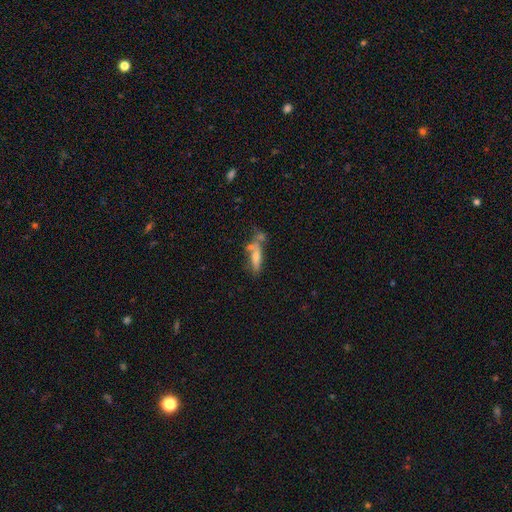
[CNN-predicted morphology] Q: Smooth or featured?
A: smooth (58%); runner-up: featured or disk (32%)
Q: How rounded?
A: cigar-shaped (64%); runner-up: in between (33%)
Q: Merging?
A: none (42%); runner-up: merger (28%)